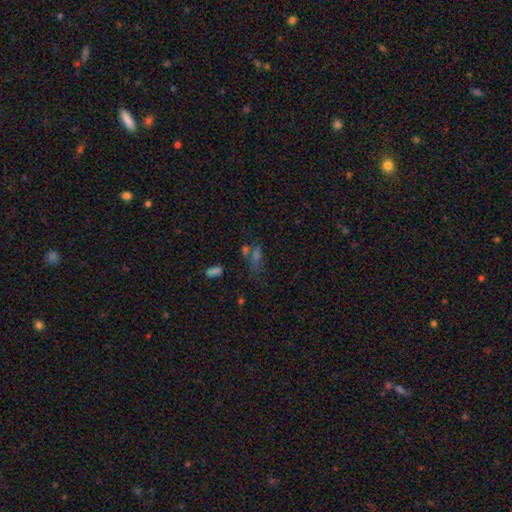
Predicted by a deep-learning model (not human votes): Q: Smooth or featured?
A: star or artifact (40%); tied with: smooth (40%)